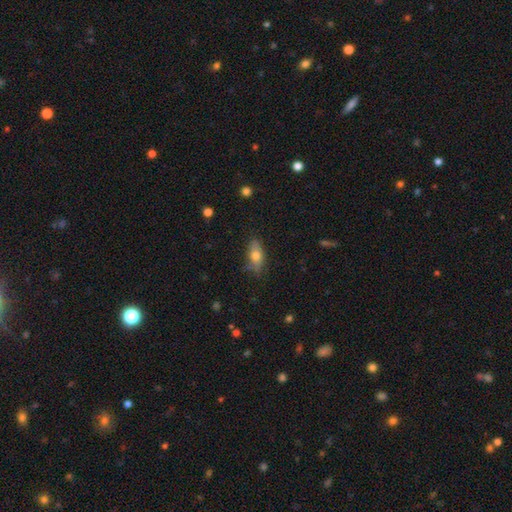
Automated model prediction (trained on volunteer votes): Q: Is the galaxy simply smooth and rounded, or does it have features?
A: smooth — 71%.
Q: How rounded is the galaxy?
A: in between — 78%.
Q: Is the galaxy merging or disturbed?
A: none — 76%.